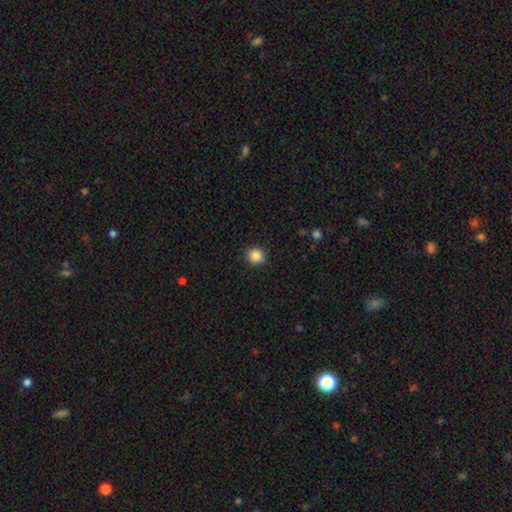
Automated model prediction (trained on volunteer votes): Smooth or featured? Predicted: smooth (p=0.87). How rounded? Predicted: round (p=0.91). Merging? Predicted: none (p=0.91).